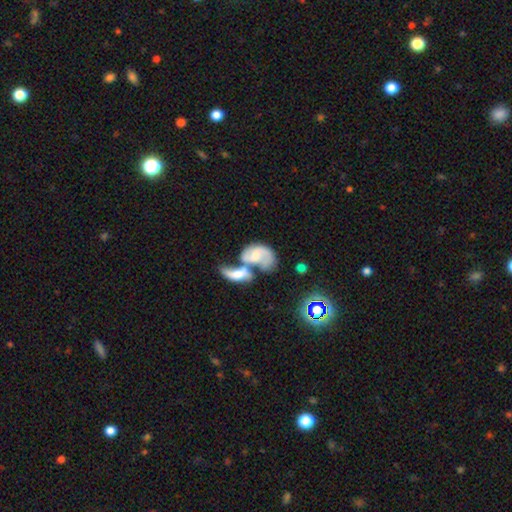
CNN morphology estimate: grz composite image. It shows a featured or disk galaxy (62%) with no bar (51%), spiral arms (80%) and a moderate central bulge (44%). Merging: merger (72%).